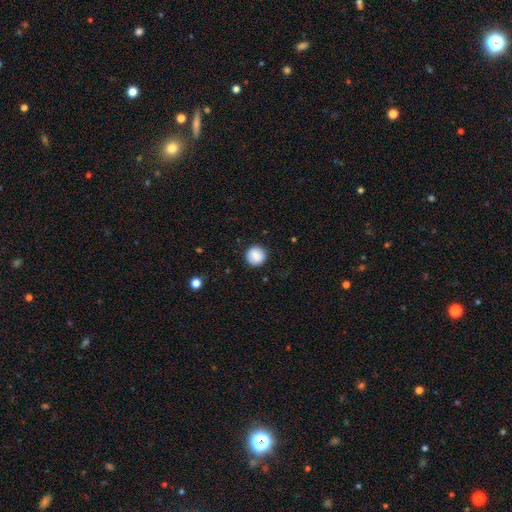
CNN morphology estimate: A smooth galaxy with no disk features (86%) that is round (92%). Merging: none (89%).